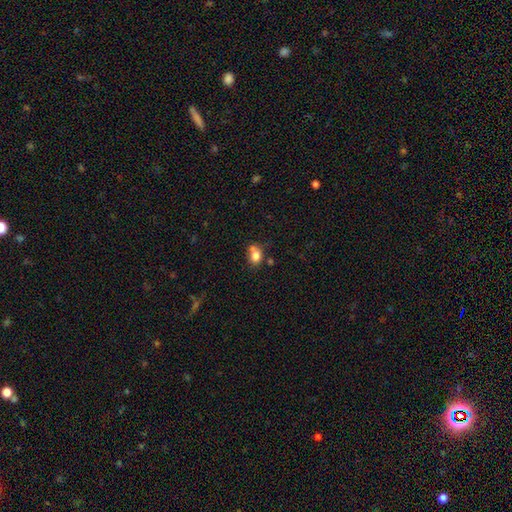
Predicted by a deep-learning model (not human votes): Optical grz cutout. It shows a smooth galaxy with no disk features (79%) that is in between round and cigar-shaped (50%). Merging: none (48%).